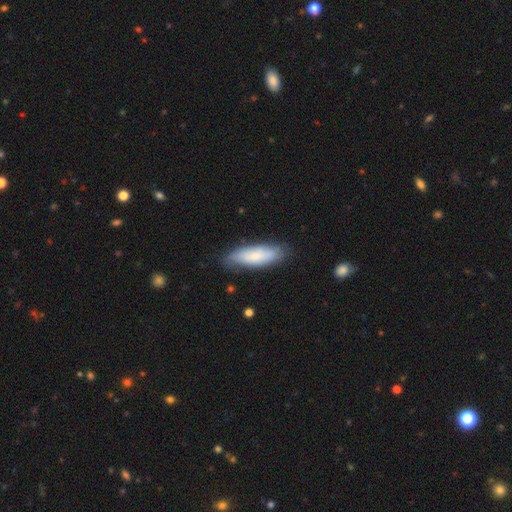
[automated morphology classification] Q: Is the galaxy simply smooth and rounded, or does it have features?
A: smooth — 69%.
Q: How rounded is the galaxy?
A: in between — 52%.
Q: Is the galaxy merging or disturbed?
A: none — 76%.